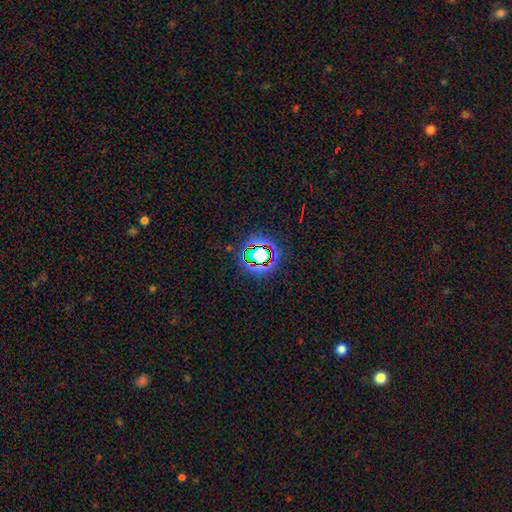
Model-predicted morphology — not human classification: Overall: star or artifact (75%).